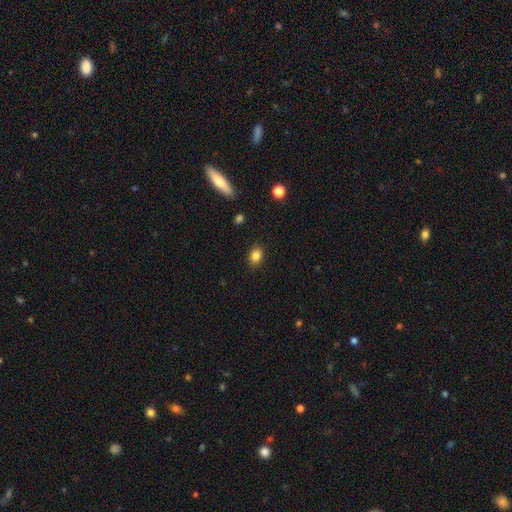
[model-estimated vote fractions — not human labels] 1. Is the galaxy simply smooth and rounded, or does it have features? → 84% smooth, 10% star or artifact, 5% featured or disk.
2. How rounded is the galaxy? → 64% in between, 35% round, 1% cigar-shaped.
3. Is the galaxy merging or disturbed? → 86% none, 10% minor disturbance, 3% major disturbance, 1% merger.